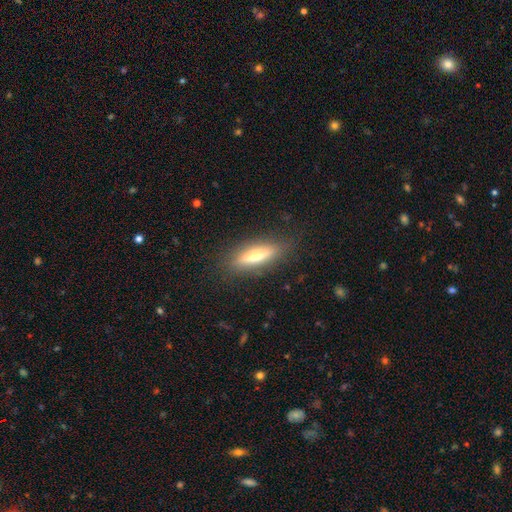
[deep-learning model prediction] A smooth galaxy with no disk features (59%) that is cigar-shaped (60%). Merging: none (83%).